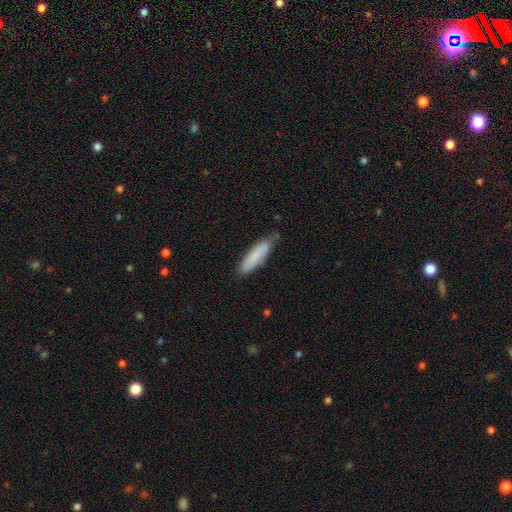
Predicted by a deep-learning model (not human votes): smooth 83%, featured or disk 11%, star or artifact 6%. Down the decision tree: how rounded — cigar-shaped (65%); merging — none (73%).